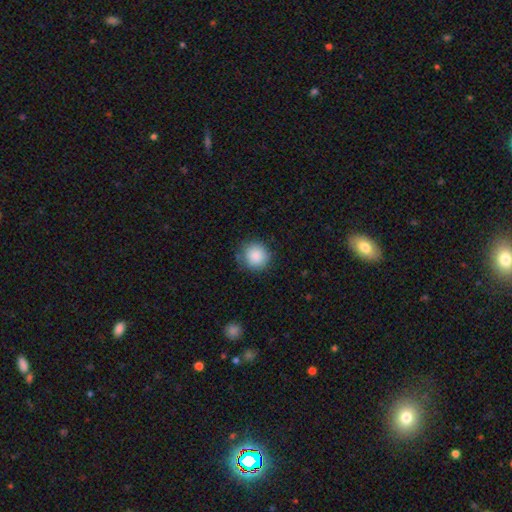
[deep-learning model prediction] A smooth galaxy with no disk features (87%) that is round (93%). Merging: none (82%).